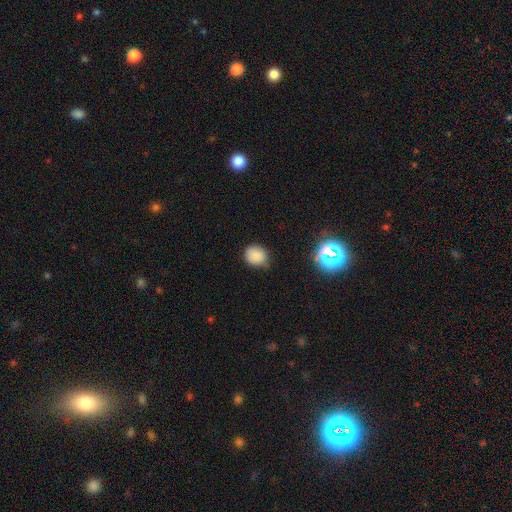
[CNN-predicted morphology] Smooth or featured?
  - smooth: 82% *
  - star or artifact: 13%
  - featured or disk: 5%
How rounded?
  - round: 76% *
  - in between: 23%
  - cigar-shaped: 1%
Merging?
  - none: 75% *
  - minor disturbance: 20%
  - major disturbance: 4%
  - merger: 2%